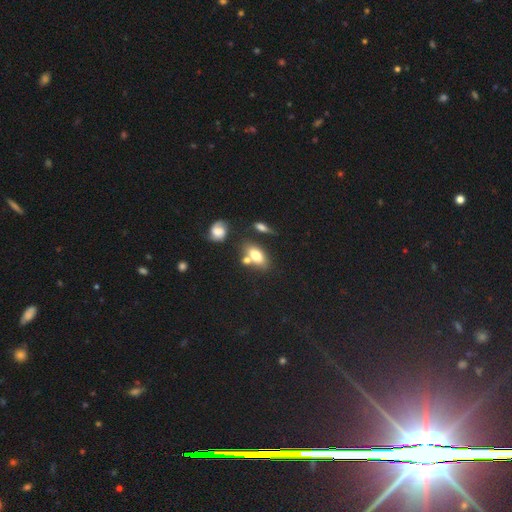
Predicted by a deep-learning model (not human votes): Q: Smooth or featured?
A: smooth (72%); runner-up: featured or disk (18%)
Q: How rounded?
A: in between (82%); runner-up: round (11%)
Q: Merging?
A: none (57%); runner-up: merger (25%)